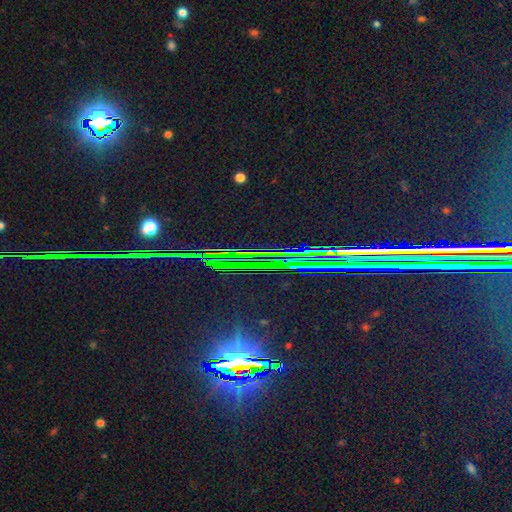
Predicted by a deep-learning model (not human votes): Q: Smooth or featured?
A: star or artifact (85%); runner-up: featured or disk (8%)